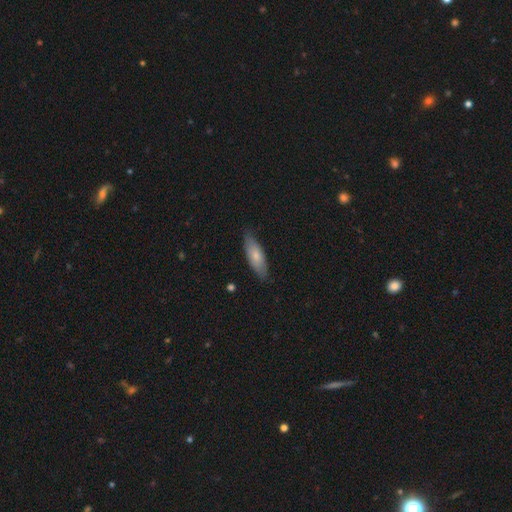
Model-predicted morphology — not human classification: Smooth or featured: smooth — 72% (featured or disk — 23%)
How rounded: in between — 60% (cigar-shaped — 39%)
Merging: none — 80% (minor disturbance — 16%)